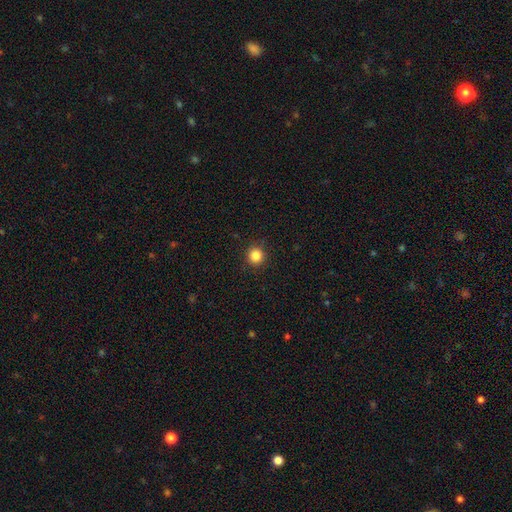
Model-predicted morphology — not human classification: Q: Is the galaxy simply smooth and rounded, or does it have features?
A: smooth — 85%.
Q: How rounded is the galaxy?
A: round — 94%.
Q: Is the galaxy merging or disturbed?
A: none — 92%.